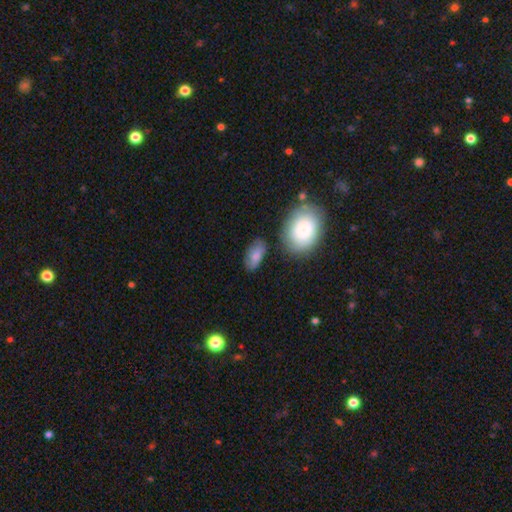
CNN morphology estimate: A smooth galaxy with no disk features (73%) that is in between round and cigar-shaped (89%). Merging: none (67%).